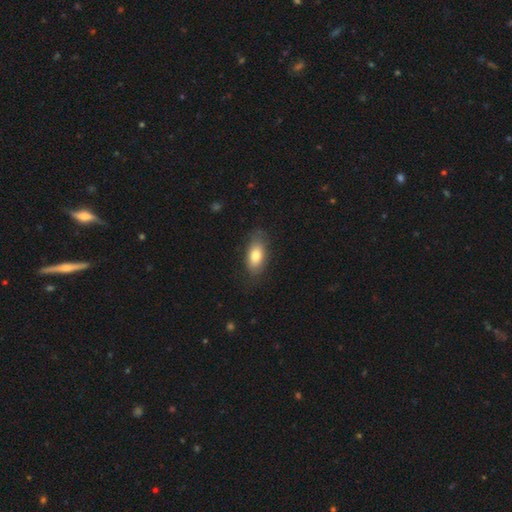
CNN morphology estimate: Smooth or featured? Predicted: smooth (p=0.78). How rounded? Predicted: in between (p=0.89). Merging? Predicted: none (p=0.79).